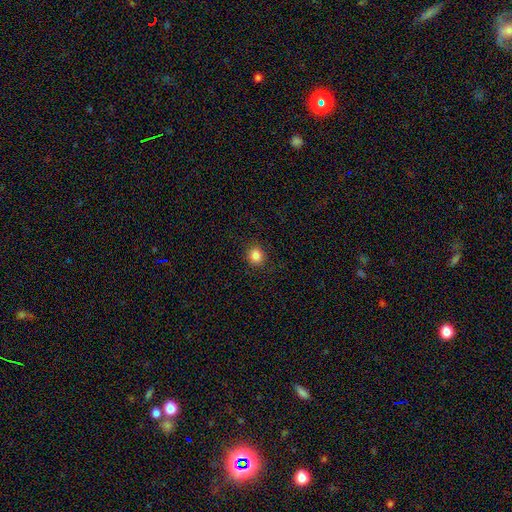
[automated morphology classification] This is clearly a smooth galaxy (85%). How rounded: clearly round (82%). Merging: clearly none (89%).